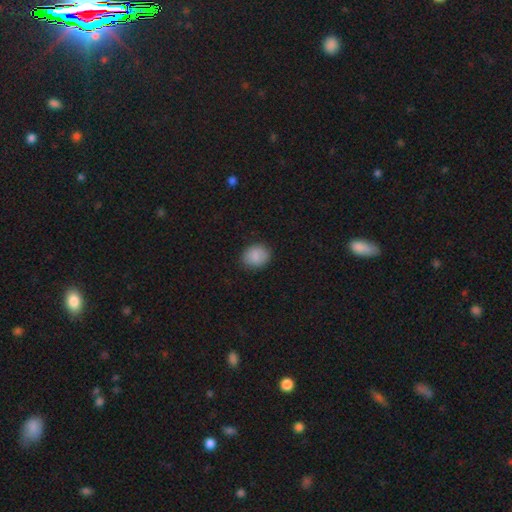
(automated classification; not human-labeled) Smooth or featured?
  - smooth: 87% *
  - star or artifact: 8%
  - featured or disk: 5%
How rounded?
  - round: 57% *
  - in between: 42%
  - cigar-shaped: 1%
Merging?
  - none: 85% *
  - minor disturbance: 11%
  - major disturbance: 3%
  - merger: 1%